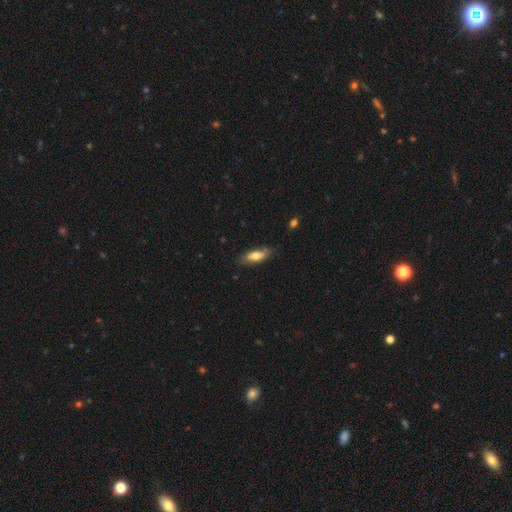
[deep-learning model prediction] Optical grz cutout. It shows a smooth galaxy with no disk features (70%) that is in between round and cigar-shaped (66%). Merging: none (78%).